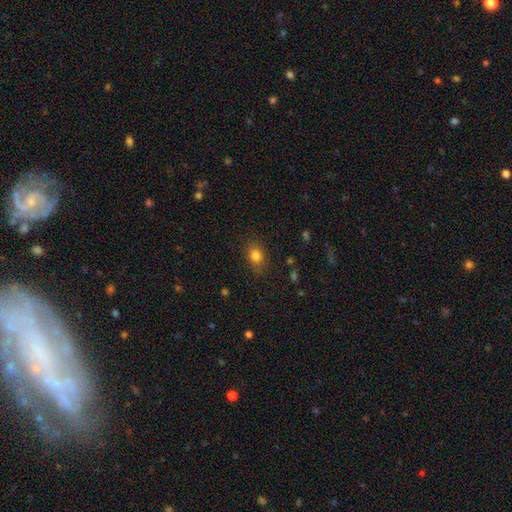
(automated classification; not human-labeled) smooth-or-featured: smooth: 82% | star or artifact: 11% | featured or disk: 7%
  how-rounded: in between: 64% | round: 34% | cigar-shaped: 2%
  merging: none: 82% | minor disturbance: 13% | major disturbance: 4% | merger: 1%